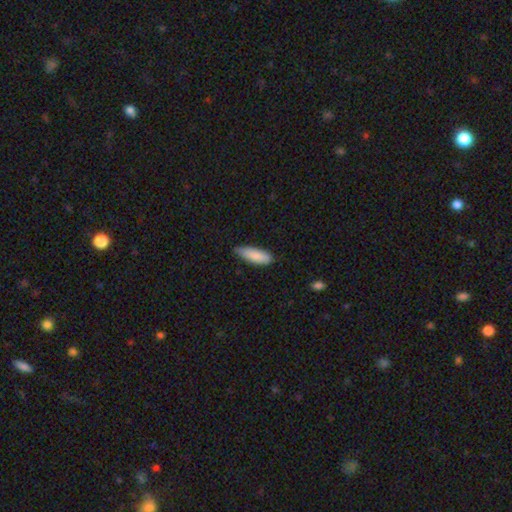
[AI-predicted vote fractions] The model was most divided on "how rounded": in between: 58%, cigar-shaped: 40%, round: 2%. More confident: smooth or featured — smooth (87%); merging — none (66%).